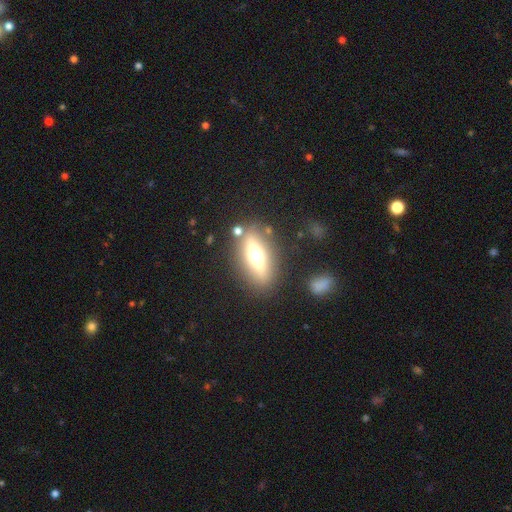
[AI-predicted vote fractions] Overall: featured or disk (57%; smooth 34%). Edge-on disk: yes (79%). Merging: none (82%).